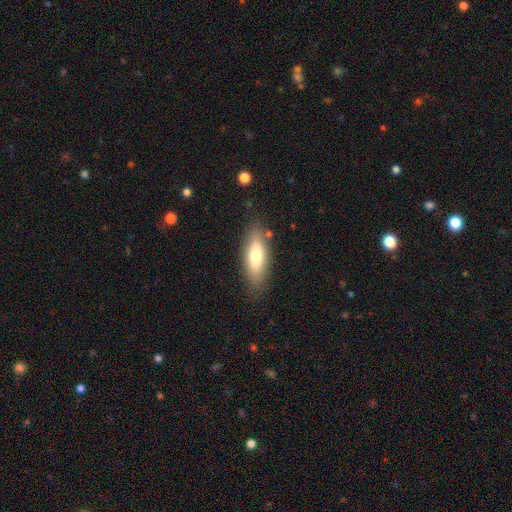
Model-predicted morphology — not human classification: Smooth or featured: smooth — 72% (featured or disk — 22%)
How rounded: in between — 59% (cigar-shaped — 38%)
Merging: none — 82% (minor disturbance — 13%)